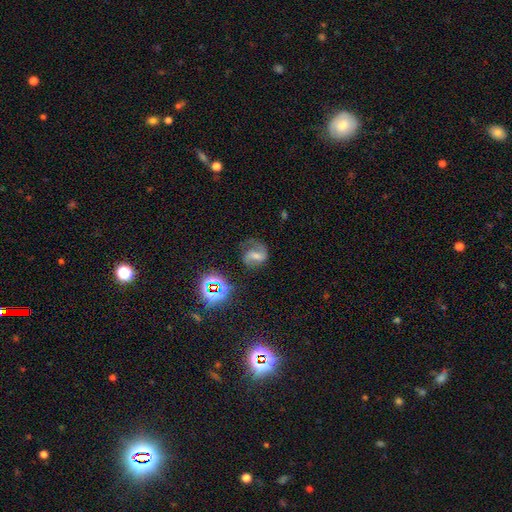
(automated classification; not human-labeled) Smooth or featured: featured or disk — 68% (star or artifact — 16%)
Edge-on disk: no — 97% (yes — 3%)
Bar: weak — 43% (strong — 39%)
Spiral arms: yes — 92% (no — 8%)
Spiral winding: medium — 51% (loose — 30%)
Spiral arm count: 2 — 79% (1 — 13%)
Bulge size: small — 40% (moderate — 39%)
Merging: none — 65% (minor disturbance — 19%)